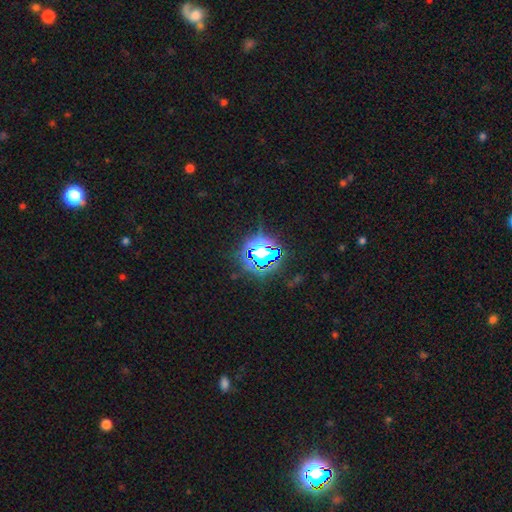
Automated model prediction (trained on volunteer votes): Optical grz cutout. It shows a star or artifact, not a galaxy (70%).